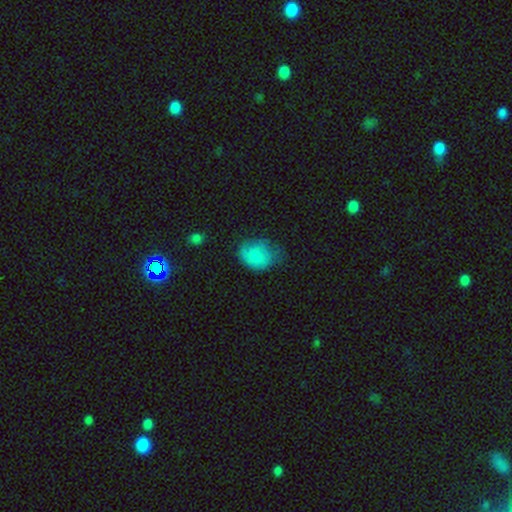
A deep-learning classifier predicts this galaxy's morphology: A smooth galaxy with no disk features (75%) that is in between round and cigar-shaped (51%).

Vote fractions:
- Smooth or featured? smooth: 75% / featured or disk: 17% / star or artifact: 8%
- How rounded? in between: 51% / round: 48% / cigar-shaped: 1%
- Merging? none: 41% / minor disturbance: 38% / major disturbance: 19% / merger: 2%